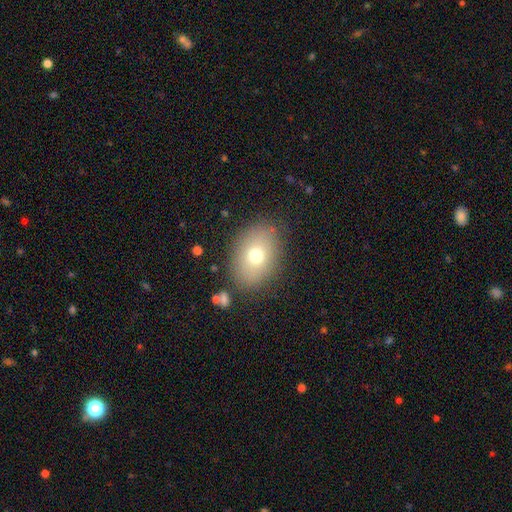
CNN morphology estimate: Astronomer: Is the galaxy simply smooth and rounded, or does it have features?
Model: smooth — 72%.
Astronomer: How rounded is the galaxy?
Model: in between — 75%.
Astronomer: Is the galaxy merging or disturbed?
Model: none — 83%.